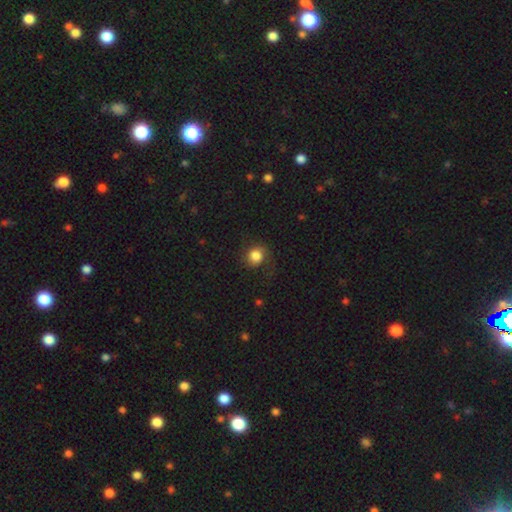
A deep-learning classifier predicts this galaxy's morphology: The model was most divided on "merging": none: 69%, minor disturbance: 18%, major disturbance: 12%, merger: 1%. More confident: how rounded — round (80%); smooth or featured — smooth (78%).